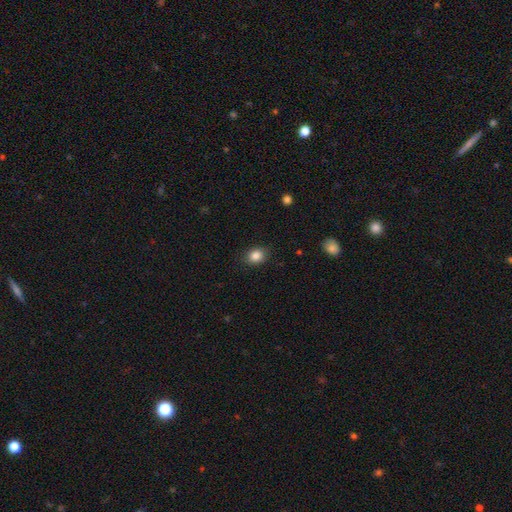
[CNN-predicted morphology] Smooth or featured?
  - smooth: 86% *
  - star or artifact: 10%
  - featured or disk: 5%
How rounded?
  - round: 50% *
  - in between: 49%
  - cigar-shaped: 1%
Merging?
  - none: 86% *
  - minor disturbance: 10%
  - major disturbance: 3%
  - merger: 1%